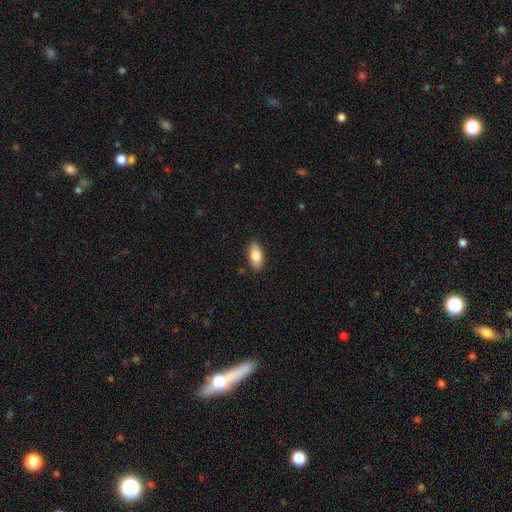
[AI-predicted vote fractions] Q: Smooth or featured?
A: smooth (80%); runner-up: featured or disk (14%)
Q: How rounded?
A: in between (85%); runner-up: cigar-shaped (13%)
Q: Merging?
A: none (88%); runner-up: minor disturbance (9%)